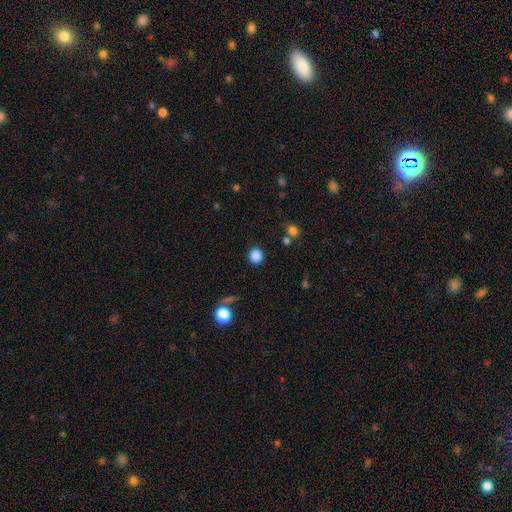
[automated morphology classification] smooth-or-featured: smooth: 86% | star or artifact: 11% | featured or disk: 4%
  how-rounded: round: 83% | in between: 16% | cigar-shaped: 1%
  merging: none: 88% | minor disturbance: 7% | major disturbance: 3% | merger: 2%